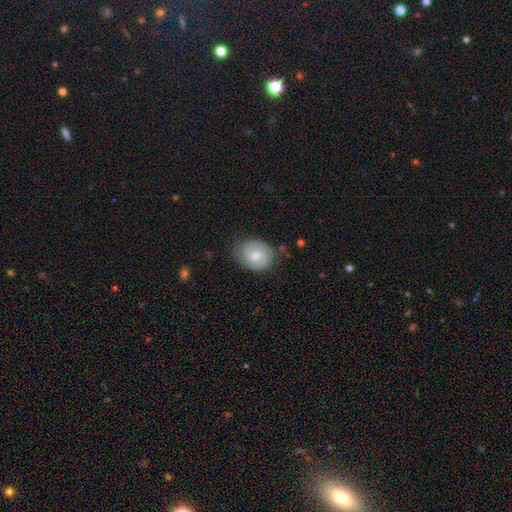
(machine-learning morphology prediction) Q: Smooth or featured?
A: featured or disk (73%); runner-up: smooth (21%)
Q: Edge-on disk?
A: no (98%); runner-up: yes (2%)
Q: Bar?
A: weak (54%); runner-up: no (35%)
Q: Spiral arms?
A: yes (92%); runner-up: no (8%)
Q: Spiral winding?
A: medium (45%); runner-up: tight (41%)
Q: Spiral arm count?
A: 2 (87%); runner-up: can't tell (7%)
Q: Bulge size?
A: moderate (64%); runner-up: small (30%)
Q: Merging?
A: none (79%); runner-up: minor disturbance (16%)